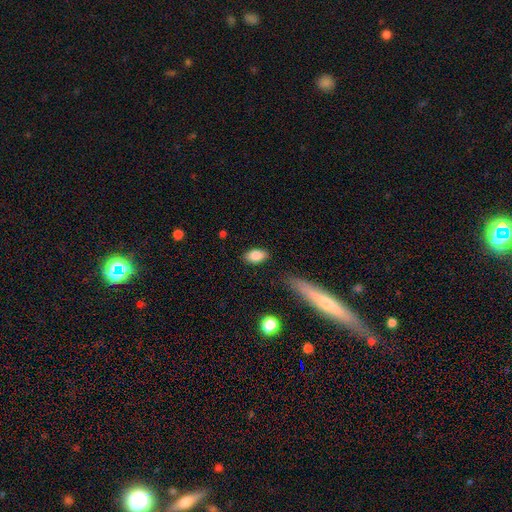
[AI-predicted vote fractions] This appears to be a smooth galaxy with no disk features (84%) that is in between round and cigar-shaped (90%). Merging: none (86%).